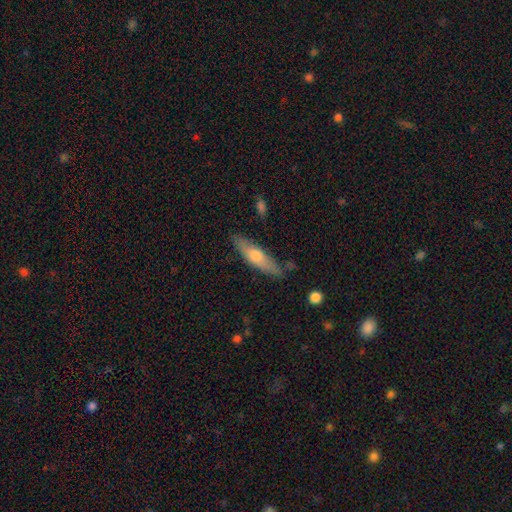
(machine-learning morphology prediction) A smooth galaxy with no disk features (55%) that is cigar-shaped (69%). Merging: none (80%).